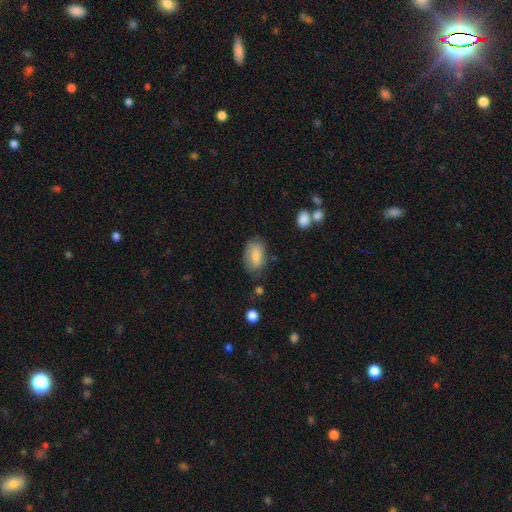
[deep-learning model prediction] smooth-or-featured: smooth: 80% | featured or disk: 13% | star or artifact: 7%
  how-rounded: in between: 92% | round: 6% | cigar-shaped: 2%
  merging: none: 67% | minor disturbance: 24% | major disturbance: 7% | merger: 3%